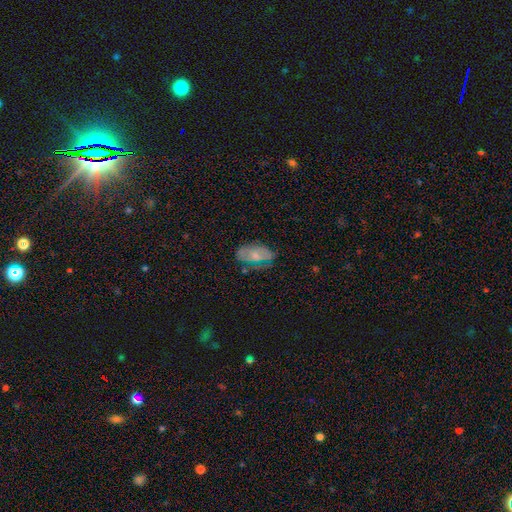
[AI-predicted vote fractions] A smooth galaxy with no disk features (48%).

Vote fractions:
- Smooth or featured? smooth: 48% / featured or disk: 42% / star or artifact: 10%
- Merging? none: 57% / minor disturbance: 27% / major disturbance: 13% / merger: 3%